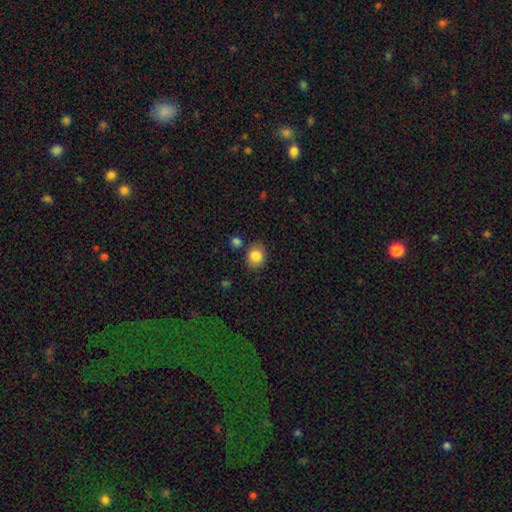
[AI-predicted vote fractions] This appears to be a smooth galaxy with no disk features (84%) that is round (62%). Merging: none (78%).